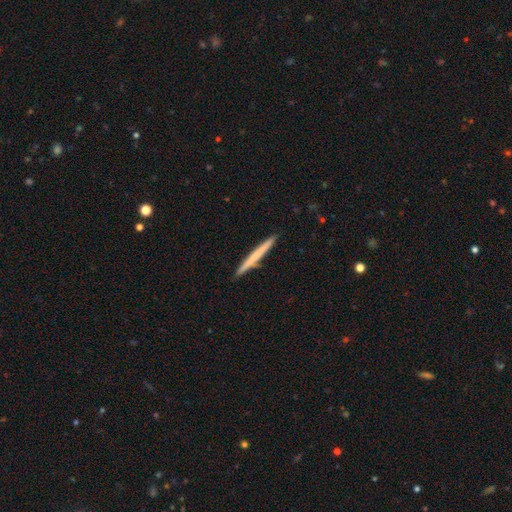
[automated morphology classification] smooth_or_featured: smooth (p=0.57) [alt: featured or disk p=0.37]
how_rounded: cigar-shaped (p=0.97) [alt: in between p=0.02]
merging: none (p=0.92) [alt: minor disturbance p=0.05]